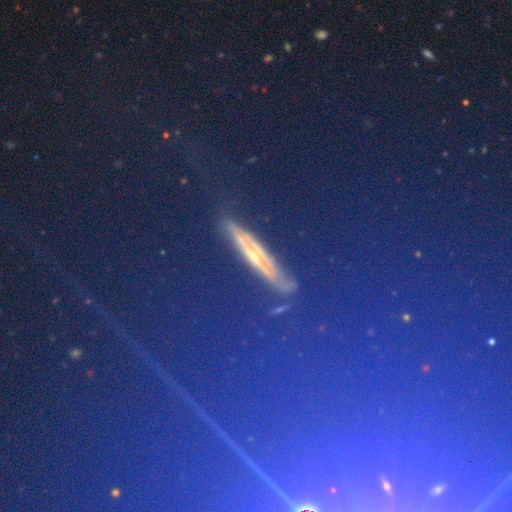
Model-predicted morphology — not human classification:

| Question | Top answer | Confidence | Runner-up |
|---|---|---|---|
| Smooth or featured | star or artifact | 41% | smooth (30%) |